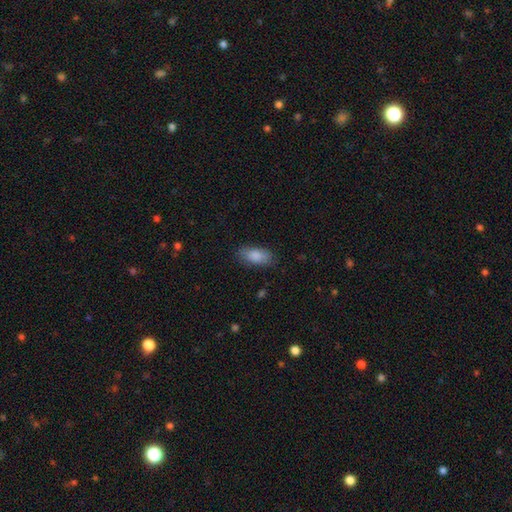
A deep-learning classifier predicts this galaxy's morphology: A smooth galaxy with no disk features (87%) that is in between round and cigar-shaped (89%). Merging: none (81%).